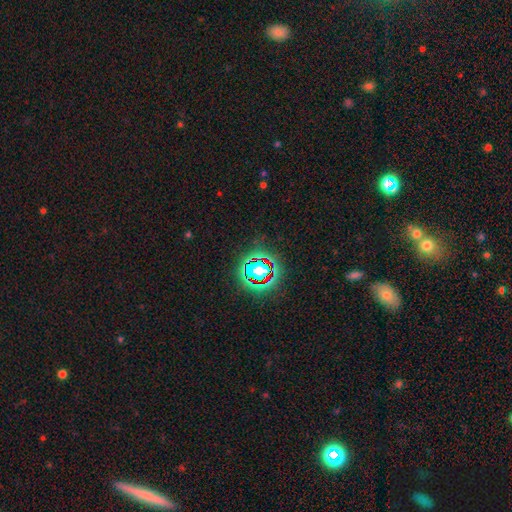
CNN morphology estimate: Smooth or featured: star or artifact — 80% (smooth — 12%)